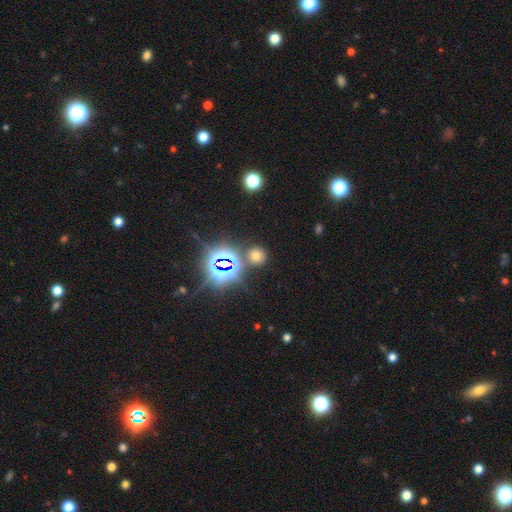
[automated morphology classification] This is possibly a smooth galaxy (55%). How rounded: clearly round (90%). Merging: clearly none (83%).